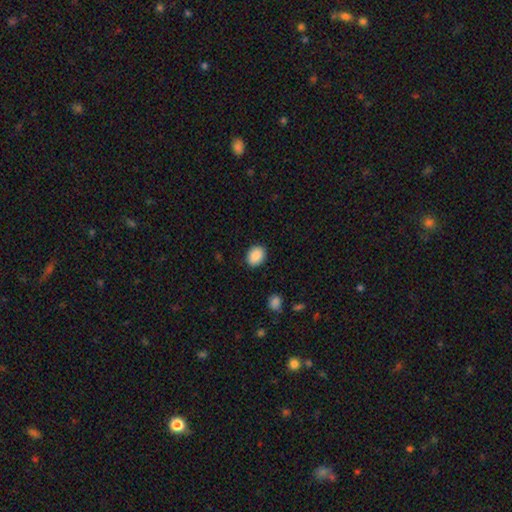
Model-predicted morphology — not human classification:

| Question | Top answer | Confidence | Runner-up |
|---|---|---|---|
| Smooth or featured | smooth | 89% | star or artifact (8%) |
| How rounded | in between | 58% | round (41%) |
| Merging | none | 88% | minor disturbance (9%) |